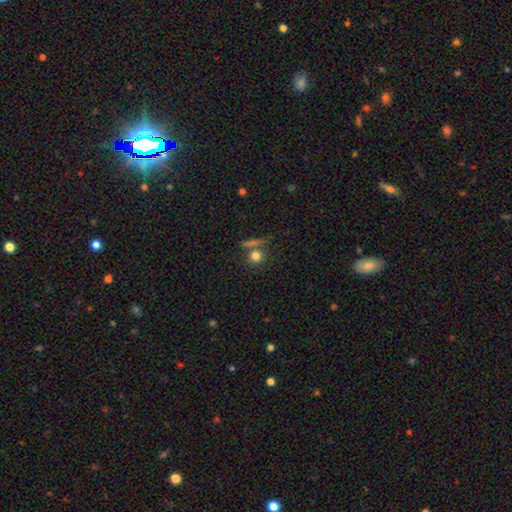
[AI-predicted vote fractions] This is likely a smooth galaxy (77%). How rounded: clearly round (87%). Merging: likely none (69%).